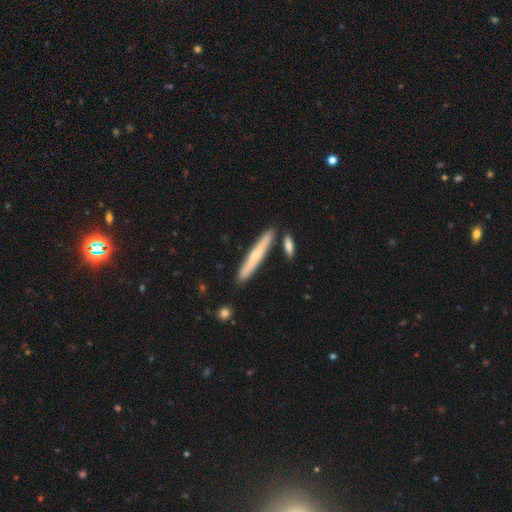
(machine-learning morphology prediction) Smooth or featured: smooth — 48% (featured or disk — 46%)
Merging: none — 85% (minor disturbance — 8%)